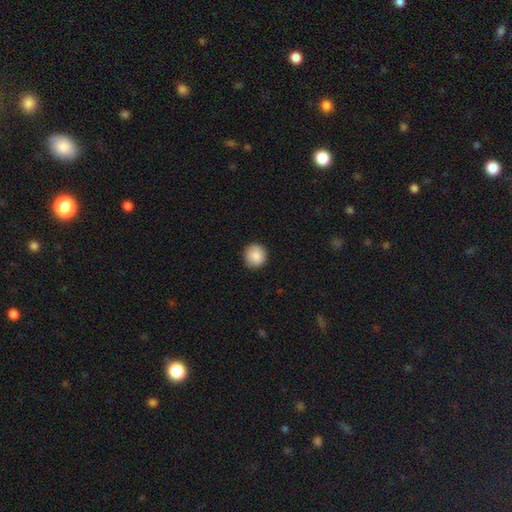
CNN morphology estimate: This appears to be a smooth galaxy with no disk features (88%) that is round (92%). Merging: none (90%).